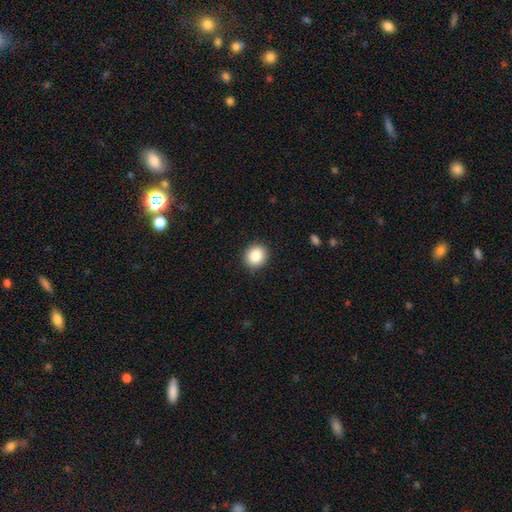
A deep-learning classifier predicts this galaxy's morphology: Overall: smooth (87%). How rounded: round (81%). Merging: none (90%).